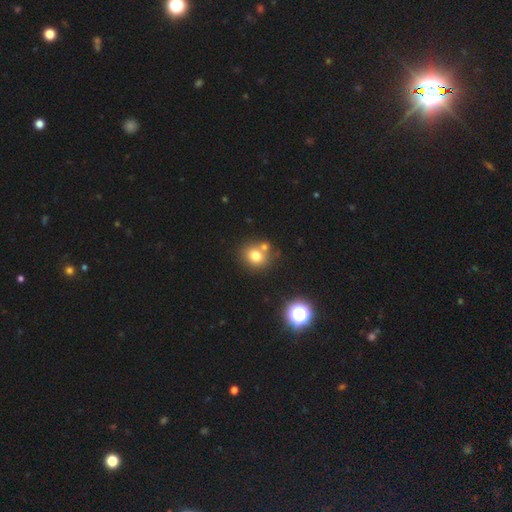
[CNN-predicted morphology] A smooth galaxy with no disk features (75%) that is round (78%). Merging: none (63%).